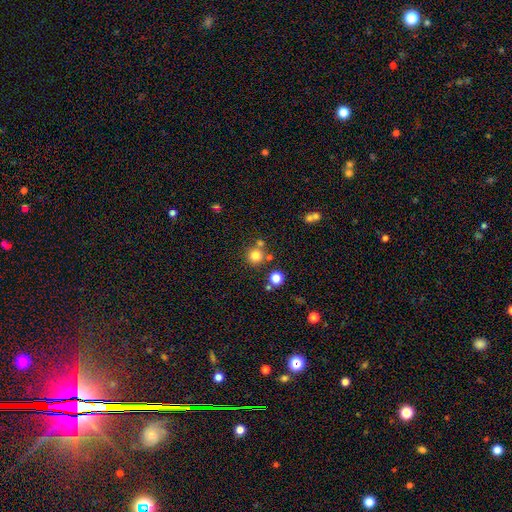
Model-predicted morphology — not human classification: A smooth galaxy with no disk features (79%) that is round (94%). Merging: none (75%).